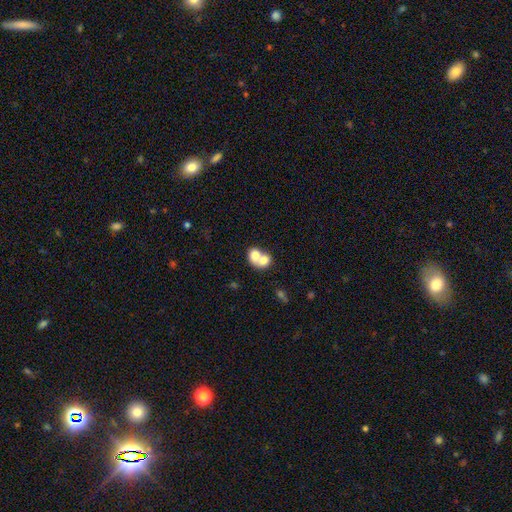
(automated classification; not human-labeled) smooth-or-featured: smooth: 72% | featured or disk: 20% | star or artifact: 8%
  how-rounded: round: 52% | in between: 47% | cigar-shaped: 1%
  merging: merger: 72% | none: 20% | minor disturbance: 5% | major disturbance: 3%